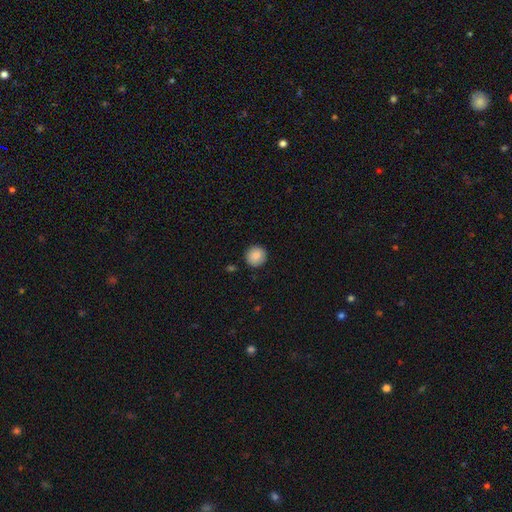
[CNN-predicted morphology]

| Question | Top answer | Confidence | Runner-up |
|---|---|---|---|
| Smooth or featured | smooth | 87% | star or artifact (8%) |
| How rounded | round | 94% | in between (5%) |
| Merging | none | 91% | minor disturbance (6%) |